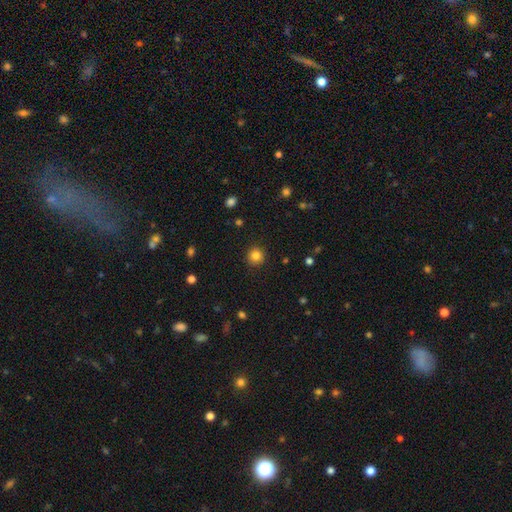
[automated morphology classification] Smooth or featured: smooth — 84% (star or artifact — 11%)
How rounded: round — 93% (in between — 6%)
Merging: none — 91% (minor disturbance — 6%)